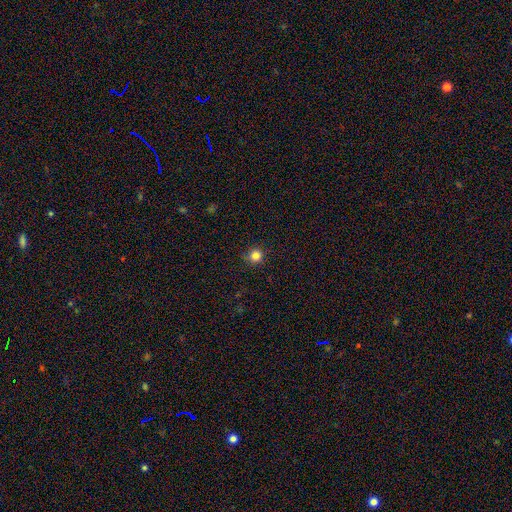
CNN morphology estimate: type=smooth (83%); roundness=round (94%); merging=none (87%).